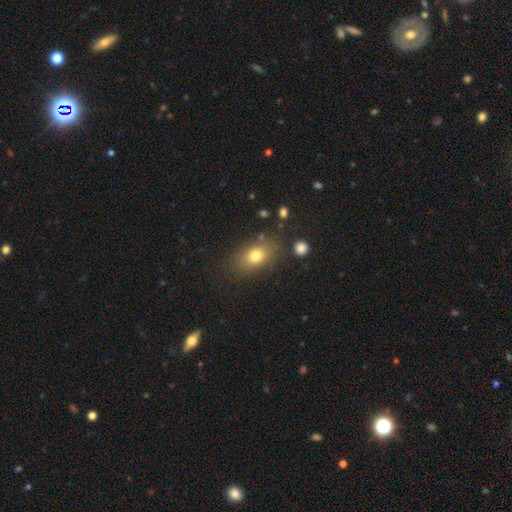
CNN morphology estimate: Smooth or featured? smooth (76%)
How rounded? in between (77%)
Merging? none (78%)